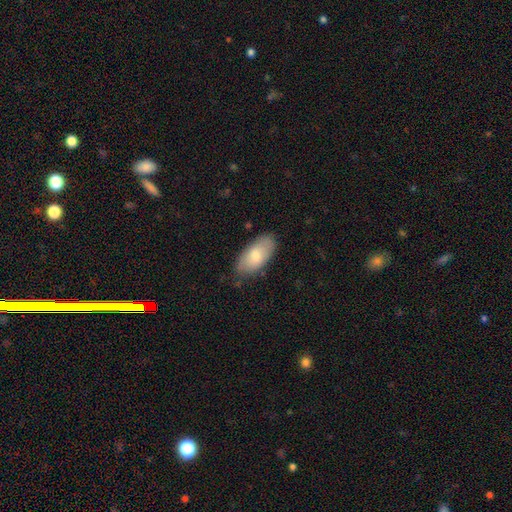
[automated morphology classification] Smooth or featured?
  - smooth: 76% *
  - featured or disk: 19%
  - star or artifact: 6%
How rounded?
  - in between: 92% *
  - cigar-shaped: 5%
  - round: 2%
Merging?
  - none: 78% *
  - minor disturbance: 17%
  - major disturbance: 3%
  - merger: 1%